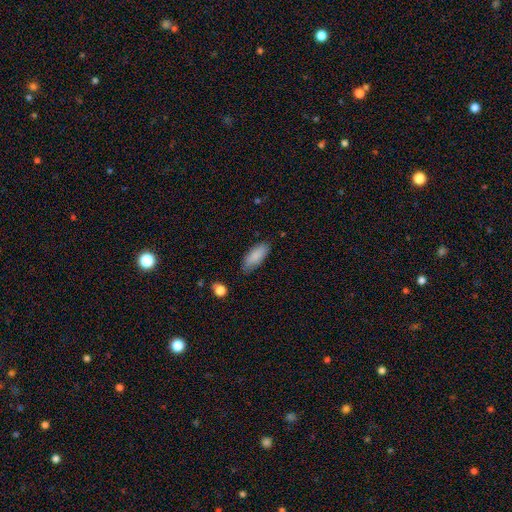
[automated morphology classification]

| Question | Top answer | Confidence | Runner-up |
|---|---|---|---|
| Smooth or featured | smooth | 86% | featured or disk (8%) |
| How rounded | in between | 75% | cigar-shaped (23%) |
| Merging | none | 80% | minor disturbance (15%) |